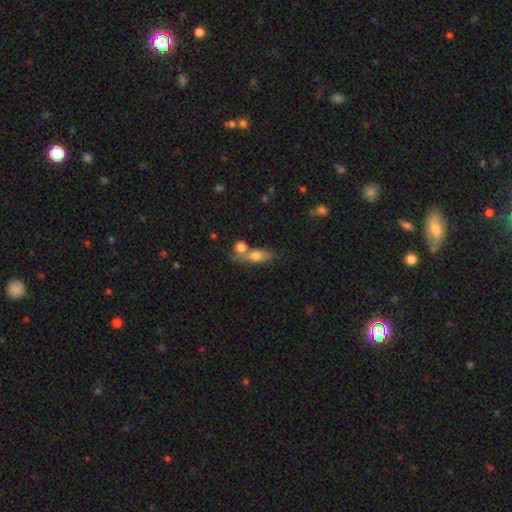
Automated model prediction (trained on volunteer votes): Smooth or featured: smooth — 69% (featured or disk — 22%)
How rounded: in between — 65% (cigar-shaped — 23%)
Merging: none — 49% (merger — 28%)